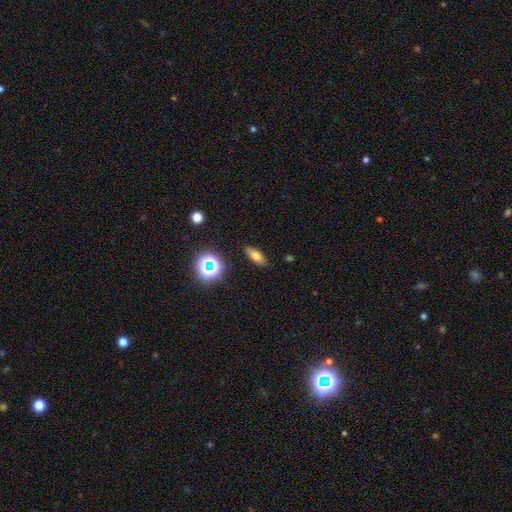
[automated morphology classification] Q: Smooth or featured?
A: smooth (70%); runner-up: star or artifact (15%)
Q: How rounded?
A: in between (69%); runner-up: cigar-shaped (23%)
Q: Merging?
A: none (87%); runner-up: minor disturbance (9%)